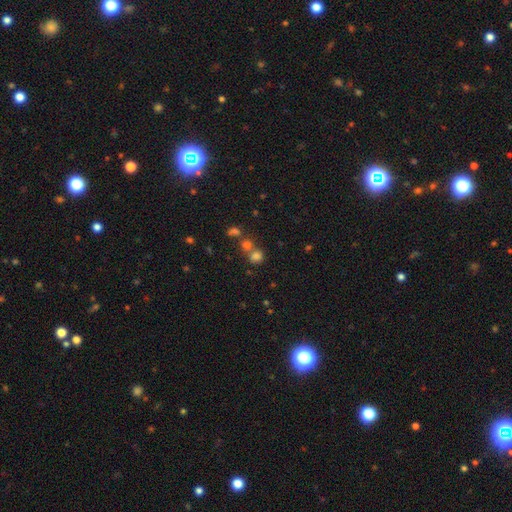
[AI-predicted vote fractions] smooth_or_featured: smooth (p=0.72) [alt: star or artifact p=0.19]
how_rounded: round (p=0.81) [alt: in between p=0.18]
merging: none (p=0.52) [alt: merger p=0.36]